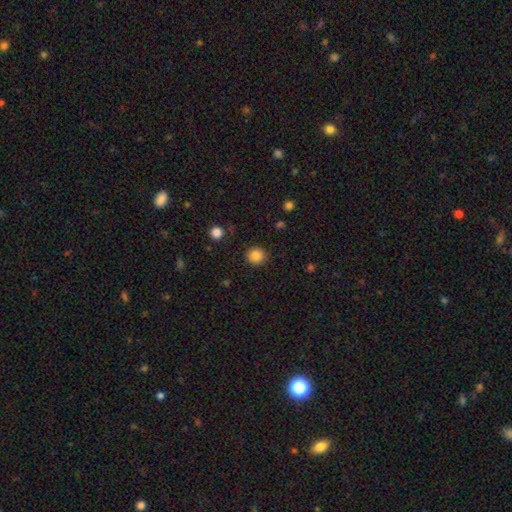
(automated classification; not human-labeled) Q: Smooth or featured?
A: smooth (85%); runner-up: star or artifact (10%)
Q: How rounded?
A: round (90%); runner-up: in between (9%)
Q: Merging?
A: none (89%); runner-up: minor disturbance (8%)